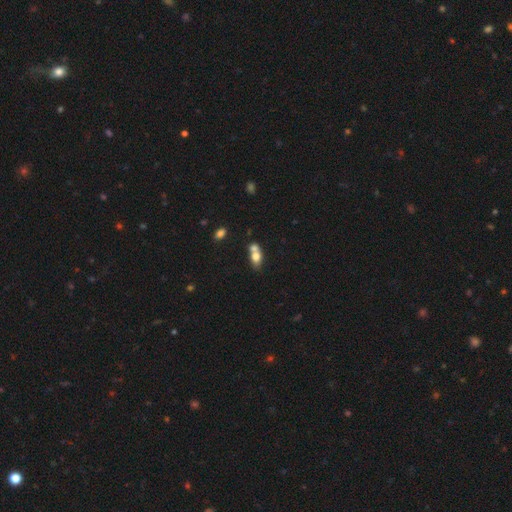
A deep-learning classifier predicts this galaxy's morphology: A smooth galaxy with no disk features (72%) that is in between round and cigar-shaped (69%). Merging: merger (59%).